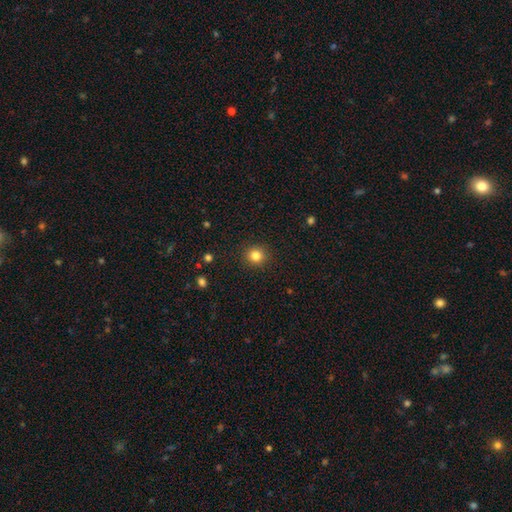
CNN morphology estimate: type=smooth (83%); roundness=round (90%); merging=none (91%).